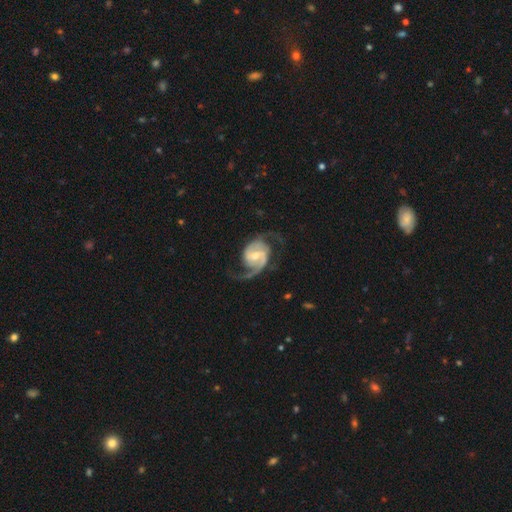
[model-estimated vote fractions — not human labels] Smooth or featured: featured or disk — 92% (smooth — 4%)
Edge-on disk: no — 98% (yes — 2%)
Bar: weak — 51% (no — 32%)
Spiral arms: yes — 98% (no — 2%)
Spiral winding: medium — 52% (loose — 27%)
Spiral arm count: 2 — 91% (can't tell — 3%)
Bulge size: moderate — 56% (small — 35%)
Merging: none — 71% (minor disturbance — 15%)